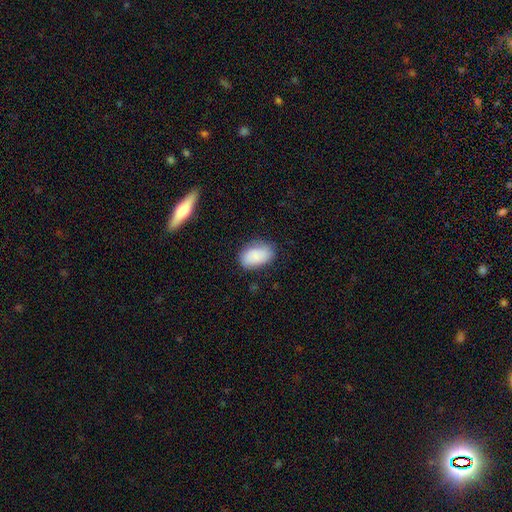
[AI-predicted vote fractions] Smooth or featured? Predicted: smooth (p=0.86). How rounded? Predicted: in between (p=0.91). Merging? Predicted: none (p=0.73).